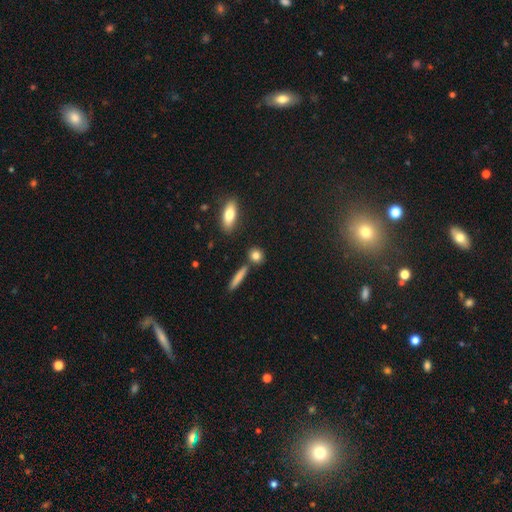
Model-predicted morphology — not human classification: A smooth galaxy with no disk features (83%) that is round (70%). Merging: none (80%).